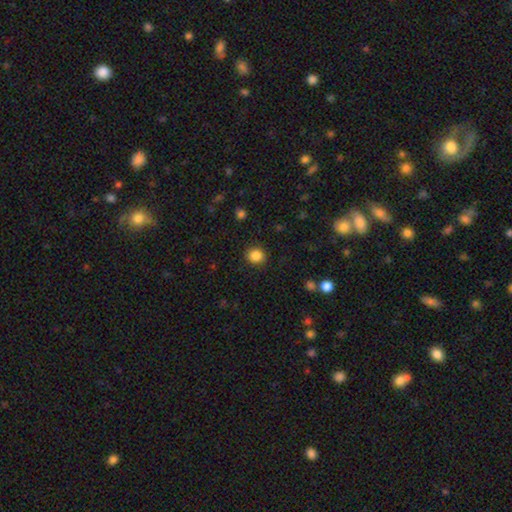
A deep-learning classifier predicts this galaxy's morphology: Smooth or featured? smooth (86%)
How rounded? round (81%)
Merging? none (90%)